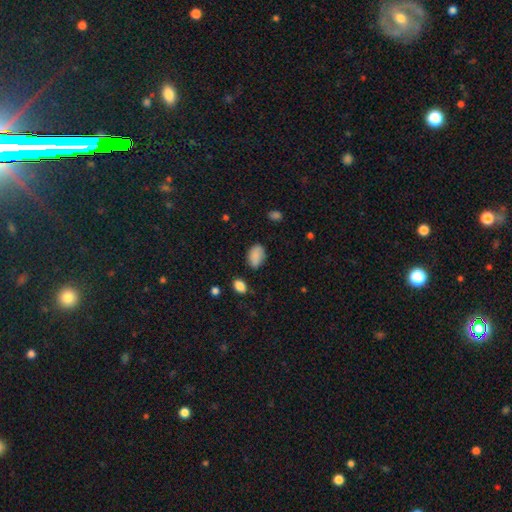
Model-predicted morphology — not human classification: This is clearly a smooth galaxy (86%). How rounded: clearly in between (86%). Merging: likely none (75%).